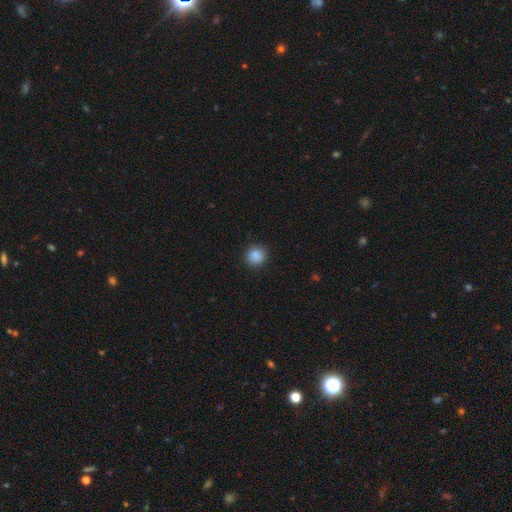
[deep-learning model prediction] The model was most divided on "how rounded": round: 88%, in between: 11%, cigar-shaped: 1%. More confident: merging — none (89%); smooth or featured — smooth (87%).